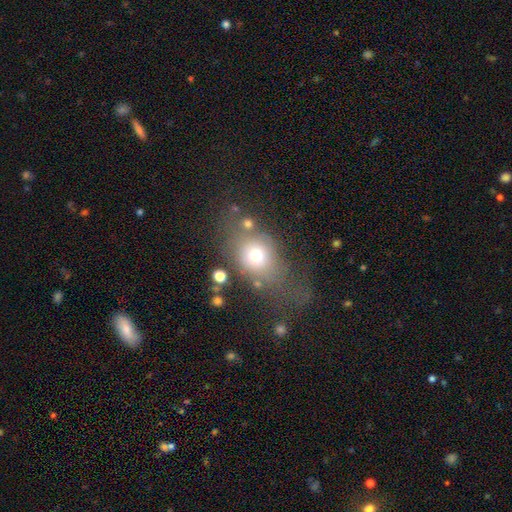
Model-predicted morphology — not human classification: The model was most divided on "how rounded": in between: 54%, round: 43%, cigar-shaped: 2%. Remaining: smooth or featured — smooth (68%); merging — none (42%).